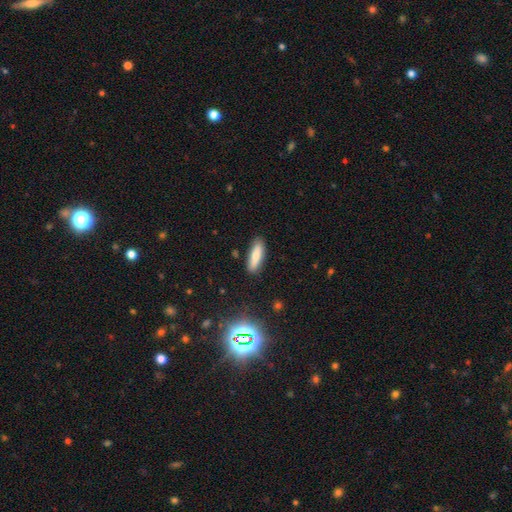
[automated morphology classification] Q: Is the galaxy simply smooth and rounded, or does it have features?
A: smooth — 74%.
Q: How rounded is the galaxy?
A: cigar-shaped — 53%.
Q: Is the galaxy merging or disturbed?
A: none — 85%.